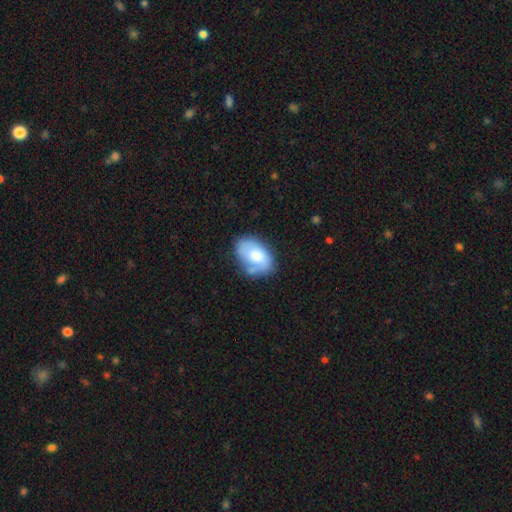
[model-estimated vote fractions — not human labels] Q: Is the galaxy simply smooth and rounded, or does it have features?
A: smooth — 67%.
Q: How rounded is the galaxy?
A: in between — 89%.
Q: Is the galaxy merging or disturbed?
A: none — 56%.